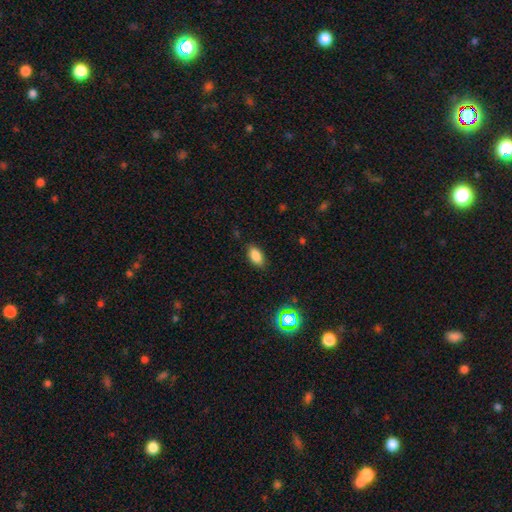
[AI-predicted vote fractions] smooth-or-featured: smooth: 85% | star or artifact: 10% | featured or disk: 5%
  how-rounded: in between: 91% | round: 5% | cigar-shaped: 4%
  merging: none: 85% | minor disturbance: 11% | major disturbance: 3% | merger: 1%